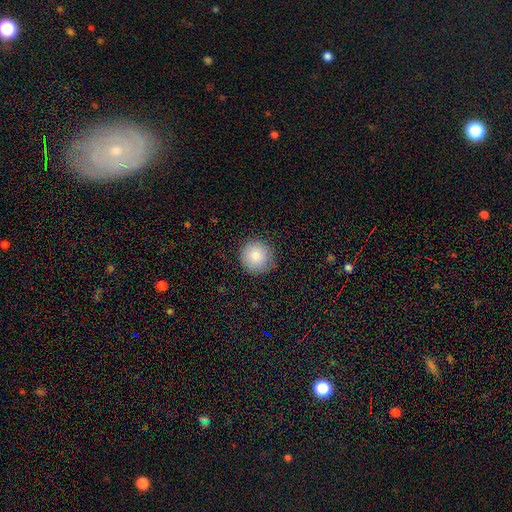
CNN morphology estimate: Smooth or featured?
  - smooth: 87% *
  - star or artifact: 8%
  - featured or disk: 6%
How rounded?
  - round: 94% *
  - in between: 5%
  - cigar-shaped: 1%
Merging?
  - none: 88% *
  - minor disturbance: 9%
  - major disturbance: 2%
  - merger: 1%